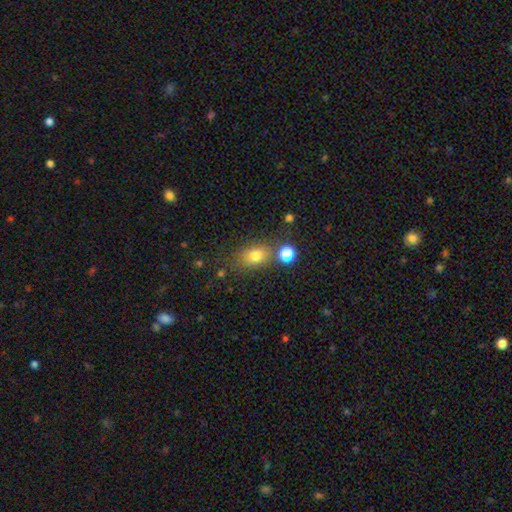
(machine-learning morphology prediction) This appears to be a smooth galaxy with no disk features (77%) that is in between round and cigar-shaped (68%). Merging: none (68%).